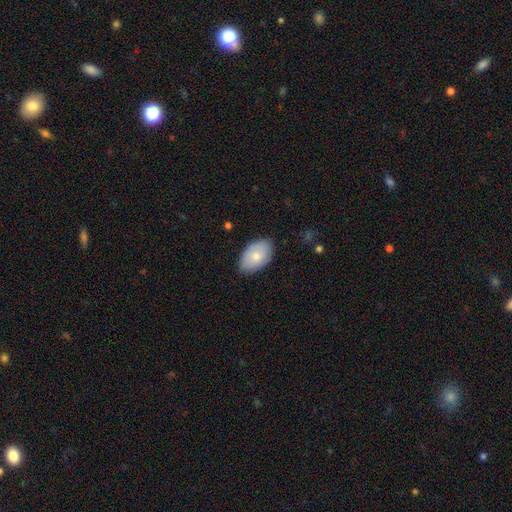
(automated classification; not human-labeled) Overall: smooth (77%). How rounded: in between (93%). Merging: none (82%).